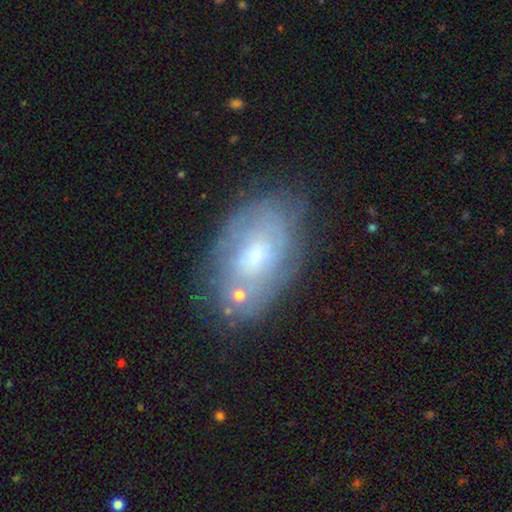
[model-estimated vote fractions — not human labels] Smooth or featured? featured or disk (59%)
Edge-on disk? no (93%)
Bar? no (77%)
Spiral arms? yes (62%)
Bulge size? small (66%)
Merging? none (68%)